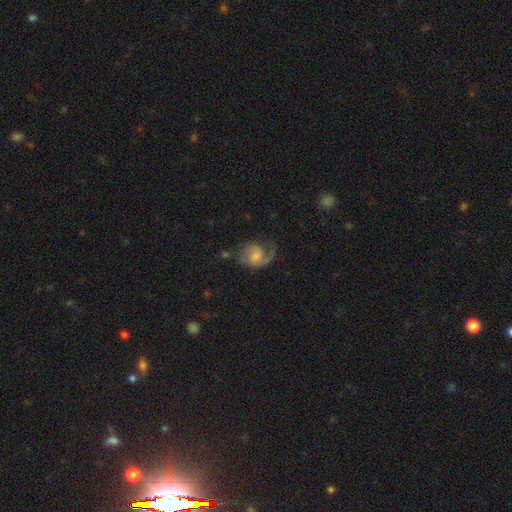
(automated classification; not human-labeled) Morphology: type=featured or disk (70%); edge-on=no (98%); bar=no (59%); spiral arms=yes (93%); winding=medium (43%); arm count=1 (47%); bulge=moderate (33%); merging=none (47%).